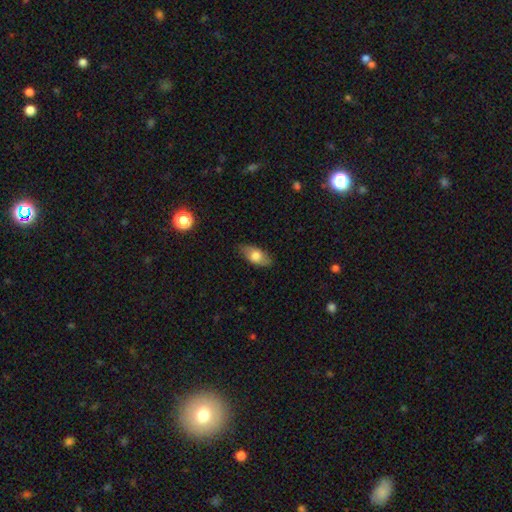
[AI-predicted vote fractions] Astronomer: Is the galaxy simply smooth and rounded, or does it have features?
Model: smooth — 69%.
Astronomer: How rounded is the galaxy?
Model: in between — 88%.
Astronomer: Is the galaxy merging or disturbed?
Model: none — 82%.